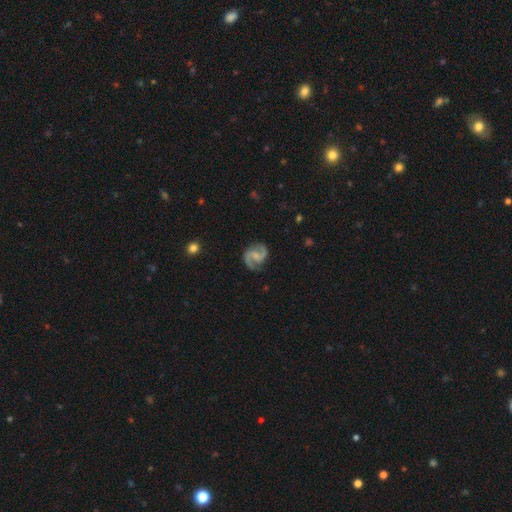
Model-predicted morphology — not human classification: This appears to be a featured or disk galaxy (89%) with a weak bar (46%), 2 (93%) medium (58%) spiral arms (98%) and no central bulge (40%). Merging: none (81%).